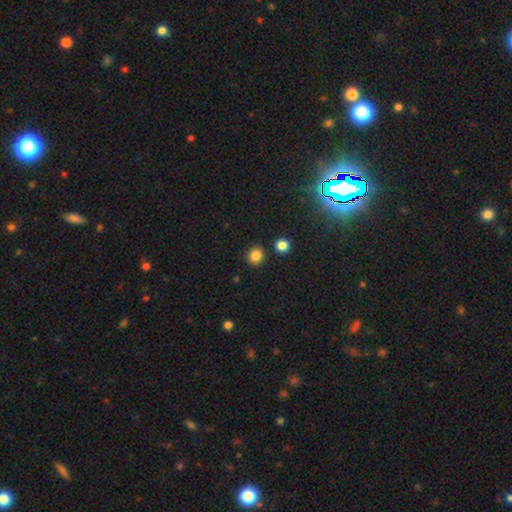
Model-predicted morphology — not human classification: Smooth or featured? Predicted: smooth (p=0.83). How rounded? Predicted: round (p=0.86). Merging? Predicted: none (p=0.87).